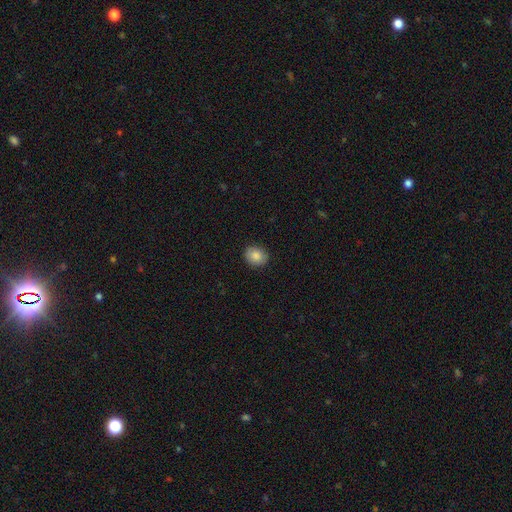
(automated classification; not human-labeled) This appears to be a smooth galaxy with no disk features (85%) that is round (62%). Merging: none (89%).